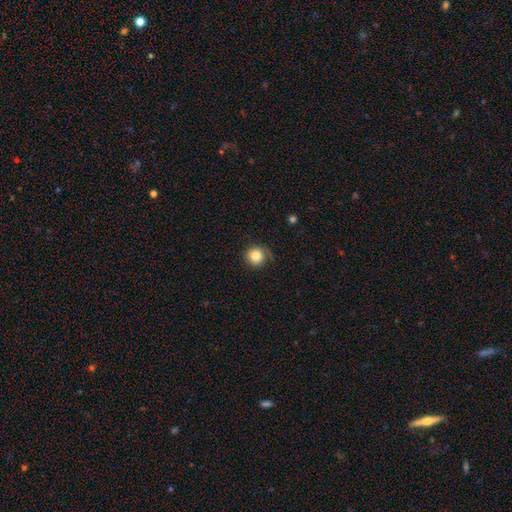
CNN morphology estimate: Q: Smooth or featured?
A: smooth (82%); runner-up: star or artifact (10%)
Q: How rounded?
A: round (93%); runner-up: in between (6%)
Q: Merging?
A: none (74%); runner-up: minor disturbance (18%)